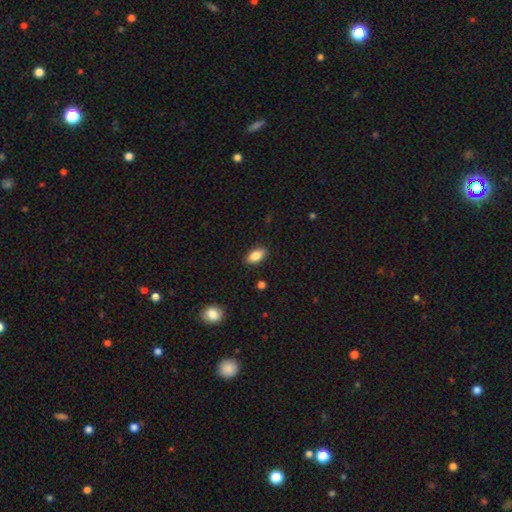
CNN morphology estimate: type=smooth (84%); roundness=in between (89%); merging=none (88%).